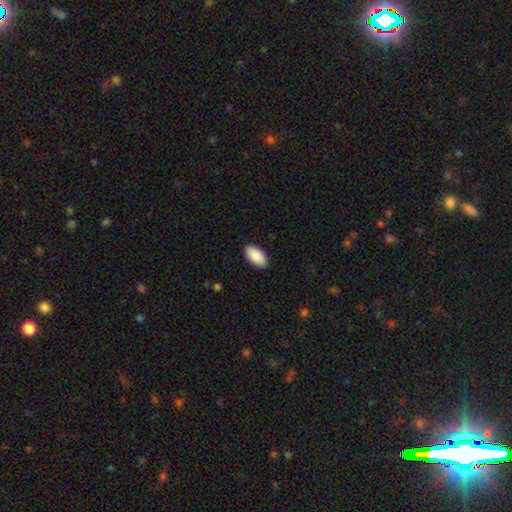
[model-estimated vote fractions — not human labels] The model was most divided on "merging": none: 90%, minor disturbance: 8%, major disturbance: 2%, merger: 1%. More confident: how rounded — in between (96%); smooth or featured — smooth (91%).